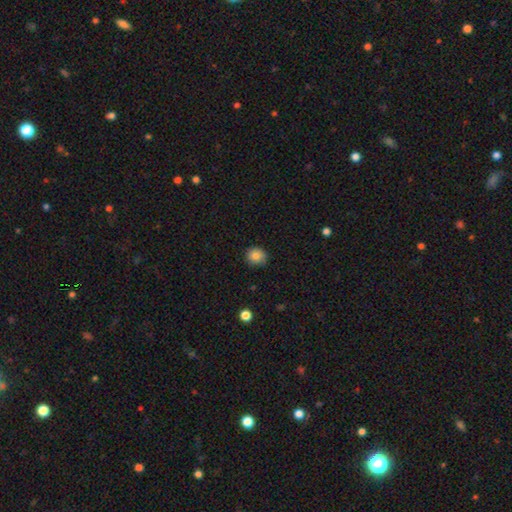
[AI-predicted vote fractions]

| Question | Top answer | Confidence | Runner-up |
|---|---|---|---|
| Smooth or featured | smooth | 83% | star or artifact (10%) |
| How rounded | round | 82% | in between (18%) |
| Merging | none | 87% | minor disturbance (10%) |